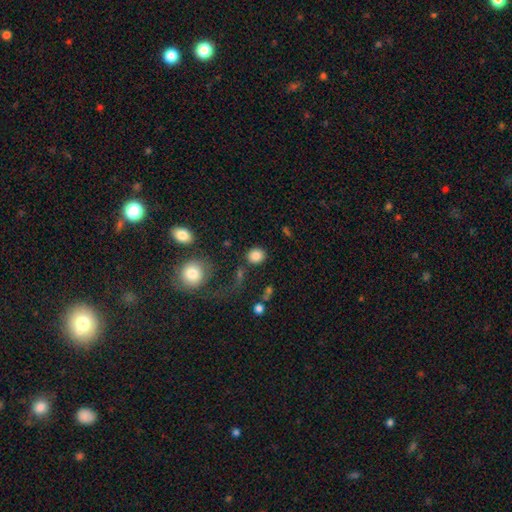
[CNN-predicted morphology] Smooth or featured: smooth — 85% (star or artifact — 9%)
How rounded: round — 77% (in between — 21%)
Merging: none — 82% (minor disturbance — 8%)